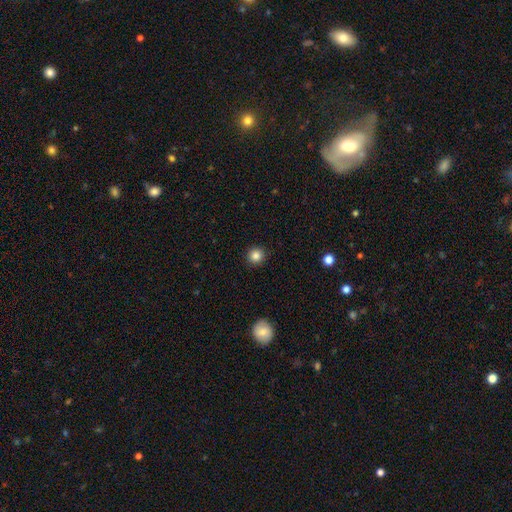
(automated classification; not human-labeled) This appears to be a smooth galaxy with no disk features (85%) that is round (94%). Merging: none (92%).